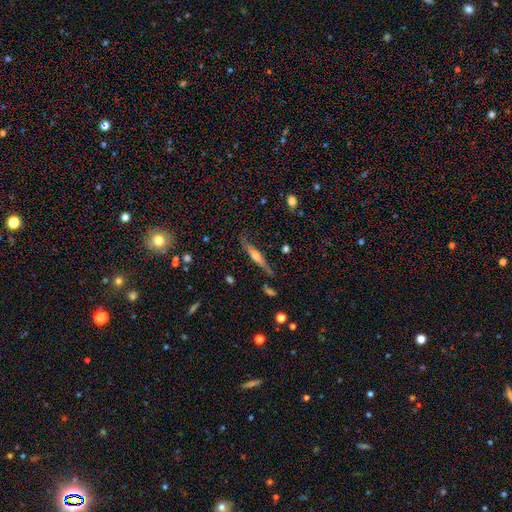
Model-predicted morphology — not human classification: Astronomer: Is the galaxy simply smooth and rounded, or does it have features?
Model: featured or disk — 59% (runner-up: smooth, 34%).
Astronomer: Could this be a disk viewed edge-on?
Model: yes — 93%.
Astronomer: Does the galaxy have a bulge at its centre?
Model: rounded — 76%.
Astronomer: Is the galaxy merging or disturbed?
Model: none — 75%.